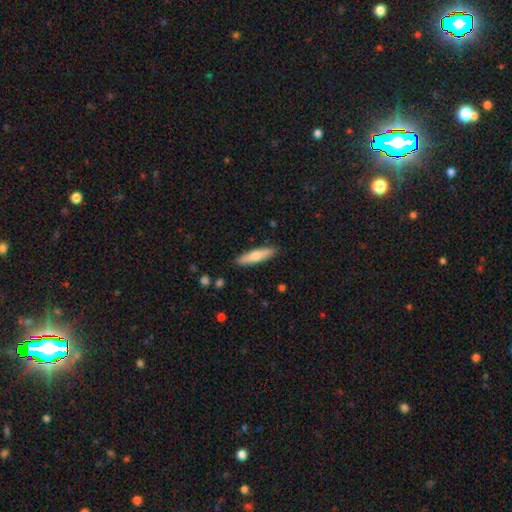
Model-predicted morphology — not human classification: smooth_or_featured: smooth (p=0.66) [alt: featured or disk p=0.28]
how_rounded: cigar-shaped (p=0.80) [alt: in between p=0.18]
merging: none (p=0.89) [alt: minor disturbance p=0.08]